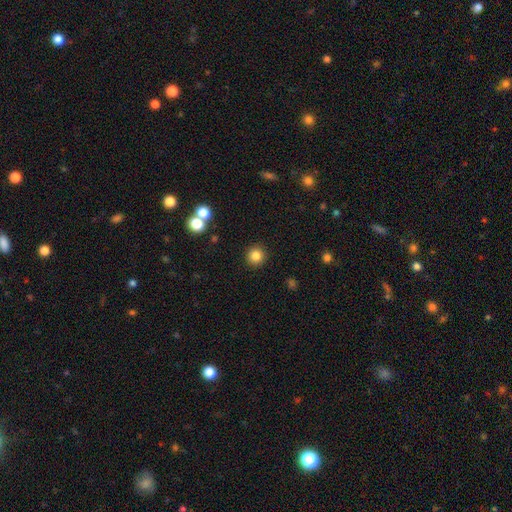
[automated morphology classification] smooth_or_featured: smooth (p=0.83) [alt: star or artifact p=0.12]
how_rounded: round (p=0.95) [alt: in between p=0.04]
merging: none (p=0.91) [alt: minor disturbance p=0.05]